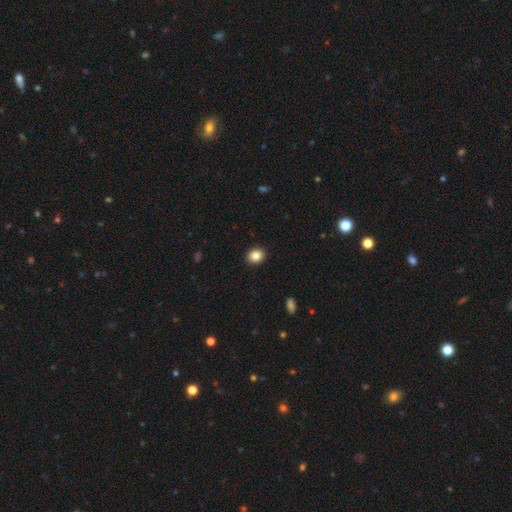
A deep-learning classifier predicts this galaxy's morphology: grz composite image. It shows a smooth galaxy with no disk features (85%) that is round (62%). Merging: none (92%).